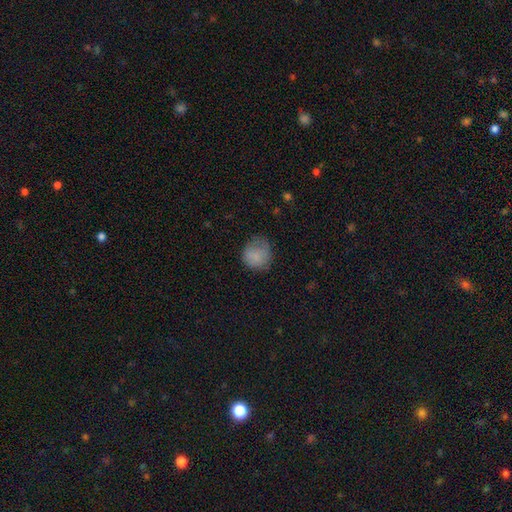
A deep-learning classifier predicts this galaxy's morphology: Smooth or featured: smooth — 81% (featured or disk — 10%)
How rounded: round — 84% (in between — 15%)
Merging: none — 62% (minor disturbance — 26%)